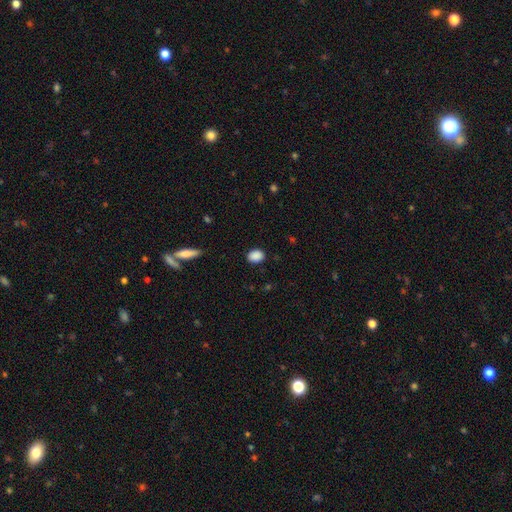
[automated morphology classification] This is clearly a smooth galaxy (89%). How rounded: likely in between (64%). Merging: clearly none (87%).